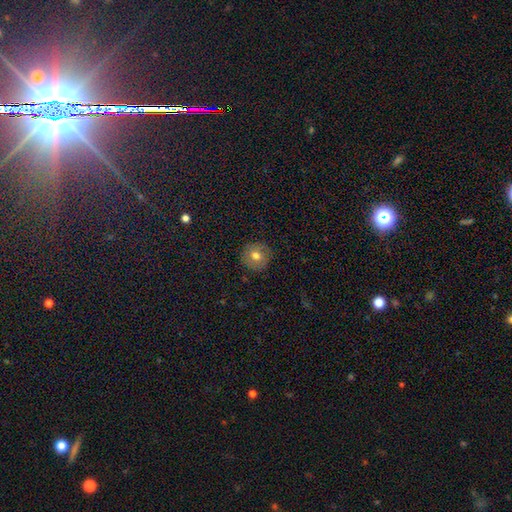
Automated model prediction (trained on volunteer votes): Smooth or featured? Predicted: smooth (p=0.71). How rounded? Predicted: round (p=0.94). Merging? Predicted: none (p=0.88).